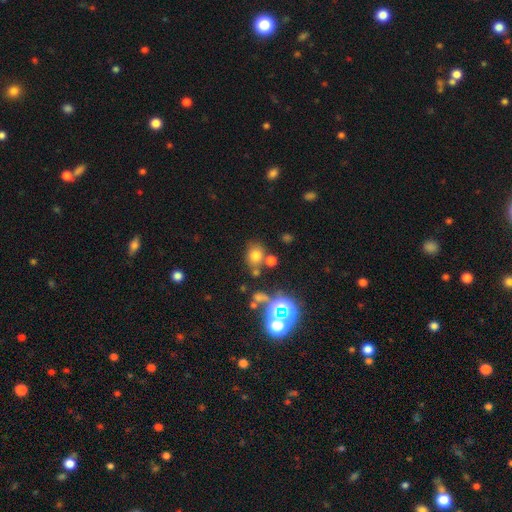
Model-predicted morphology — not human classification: This is likely a smooth galaxy (66%). How rounded: likely round (71%). Merging: likely none (64%).